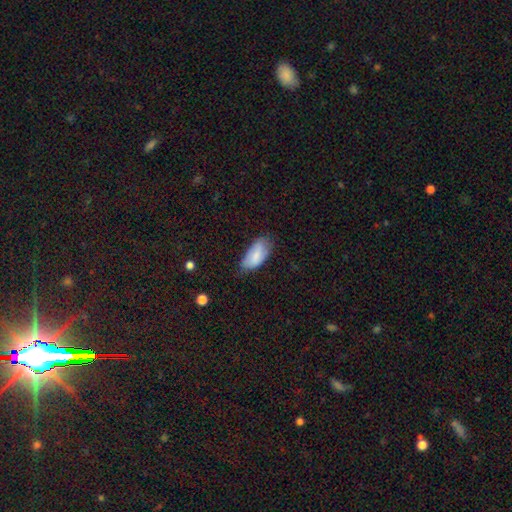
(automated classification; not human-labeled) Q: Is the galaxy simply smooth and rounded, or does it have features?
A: smooth — 80%.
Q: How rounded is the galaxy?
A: in between — 92%.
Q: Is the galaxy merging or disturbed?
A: none — 56%.